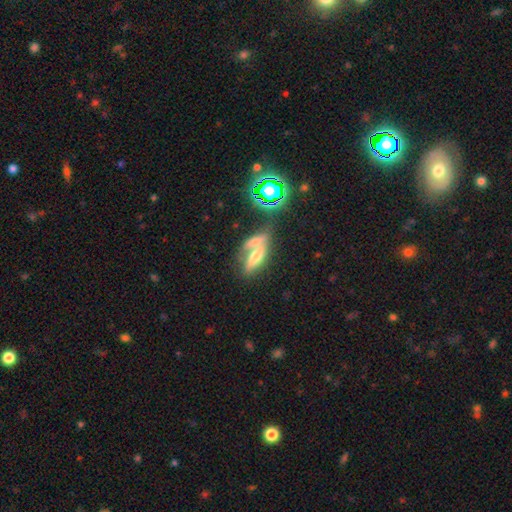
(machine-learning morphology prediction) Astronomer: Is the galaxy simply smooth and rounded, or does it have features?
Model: smooth — 48% (runner-up: featured or disk, 35%).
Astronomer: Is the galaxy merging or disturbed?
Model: merger — 53% (runner-up: none, 31%).